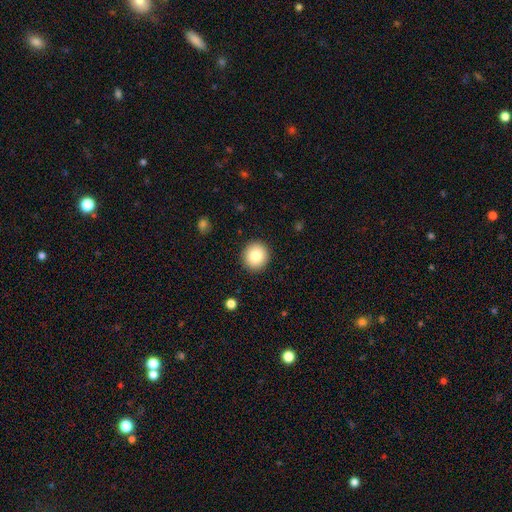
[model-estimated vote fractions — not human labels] A smooth galaxy with no disk features (82%) that is round (92%).

Vote fractions:
- Smooth or featured? smooth: 82% / featured or disk: 9% / star or artifact: 9%
- How rounded? round: 92% / in between: 7% / cigar-shaped: 1%
- Merging? none: 92% / minor disturbance: 6% / major disturbance: 2% / merger: 1%